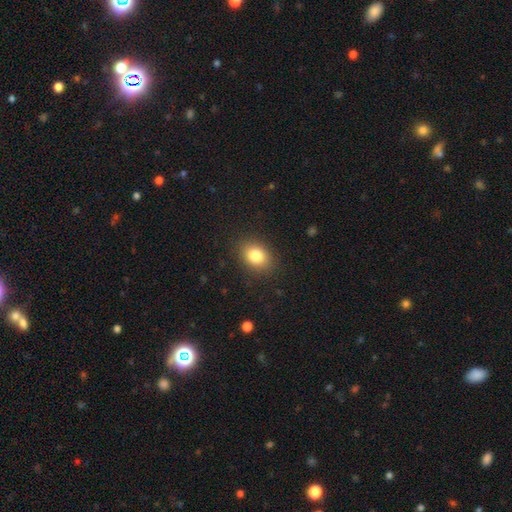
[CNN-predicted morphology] Smooth or featured?
  - smooth: 83% *
  - star or artifact: 9%
  - featured or disk: 8%
How rounded?
  - in between: 66% *
  - round: 33%
  - cigar-shaped: 1%
Merging?
  - none: 87% *
  - minor disturbance: 9%
  - major disturbance: 3%
  - merger: 1%